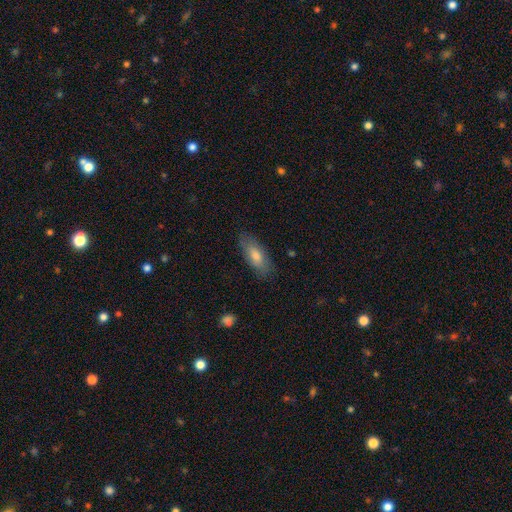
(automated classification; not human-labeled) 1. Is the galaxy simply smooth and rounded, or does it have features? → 71% smooth, 22% featured or disk, 7% star or artifact.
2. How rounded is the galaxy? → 74% in between, 23% cigar-shaped, 2% round.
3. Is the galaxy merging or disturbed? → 82% none, 14% minor disturbance, 3% major disturbance, 1% merger.